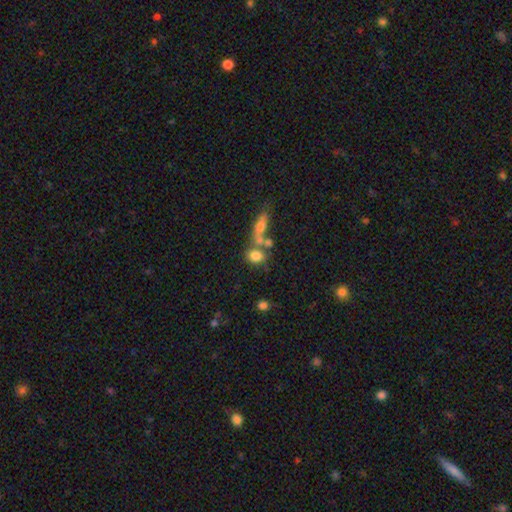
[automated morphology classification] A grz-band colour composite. It shows a smooth galaxy with no disk features (76%) that is in between round and cigar-shaped (53%). Merging: none (45%).